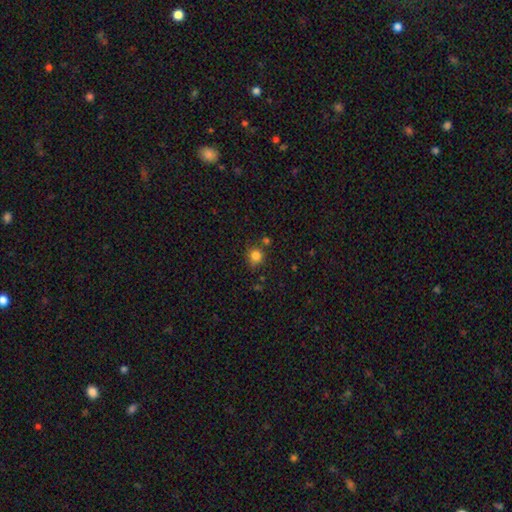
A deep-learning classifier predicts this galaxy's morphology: This appears to be a smooth galaxy with no disk features (83%) that is round (86%). Merging: none (73%).